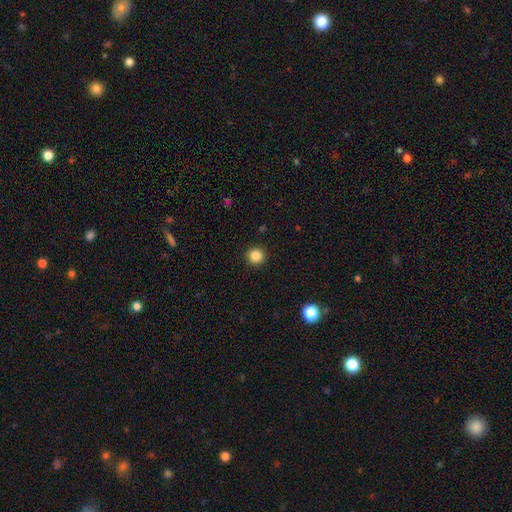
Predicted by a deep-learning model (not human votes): Smooth or featured?
  - smooth: 85% *
  - star or artifact: 12%
  - featured or disk: 4%
How rounded?
  - round: 96% *
  - in between: 3%
  - cigar-shaped: 1%
Merging?
  - none: 93% *
  - minor disturbance: 4%
  - major disturbance: 2%
  - merger: 1%